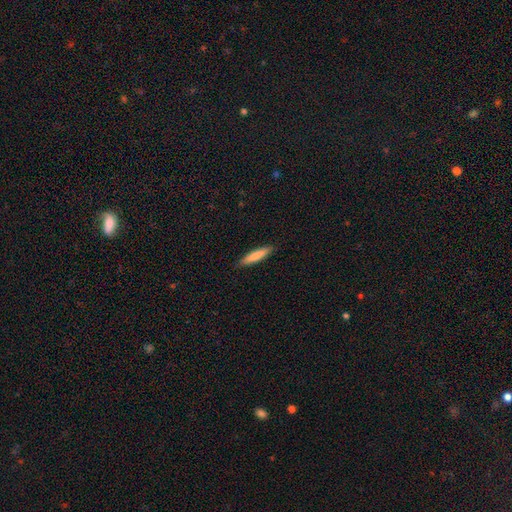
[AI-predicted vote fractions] smooth 78%, featured or disk 17%, star or artifact 6%. Down the decision tree: how rounded — cigar-shaped (86%); merging — none (90%).